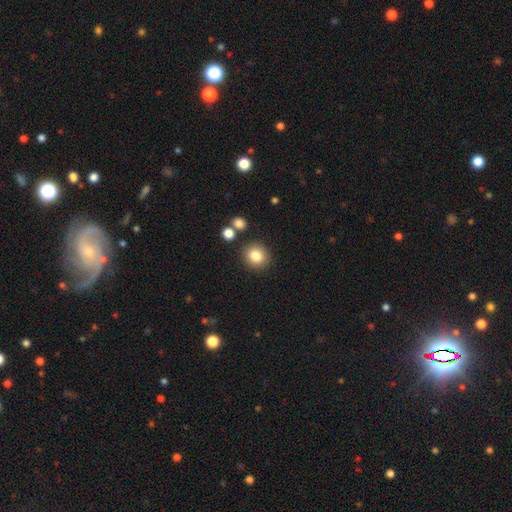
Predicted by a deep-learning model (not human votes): smooth 83%, star or artifact 10%, featured or disk 7%. Down the decision tree: how rounded — round (86%); merging — none (86%).